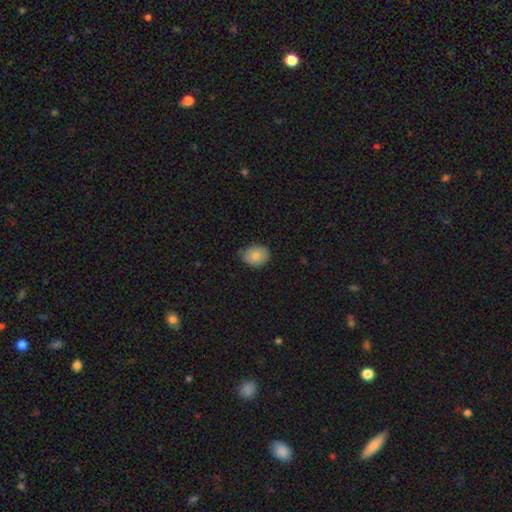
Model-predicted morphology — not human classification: smooth 79%, featured or disk 13%, star or artifact 8%. Down the decision tree: how rounded — in between (53%); merging — none (72%).